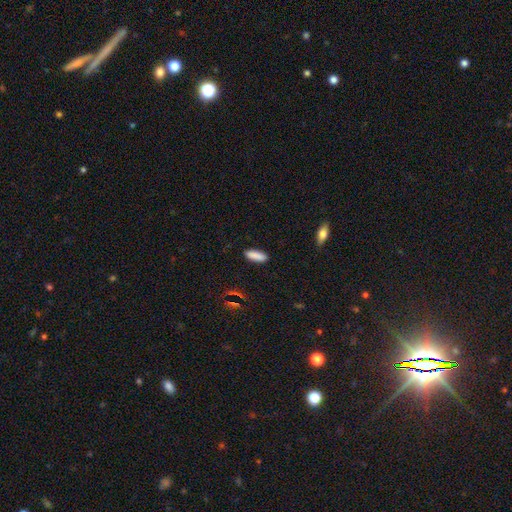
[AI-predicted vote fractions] Morphology: type=smooth (87%); roundness=in between (56%); merging=none (88%).